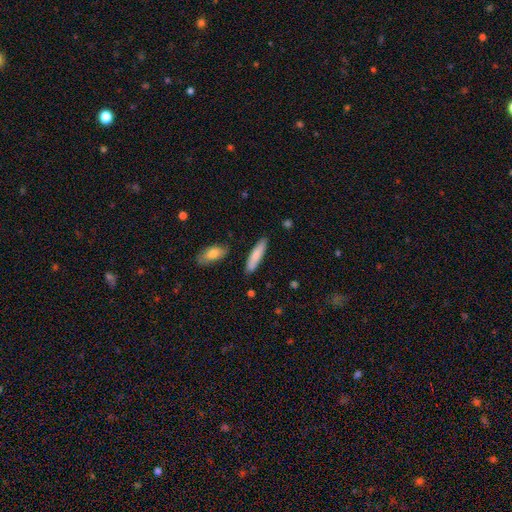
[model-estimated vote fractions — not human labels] Smooth or featured? smooth (82%)
How rounded? cigar-shaped (75%)
Merging? none (85%)